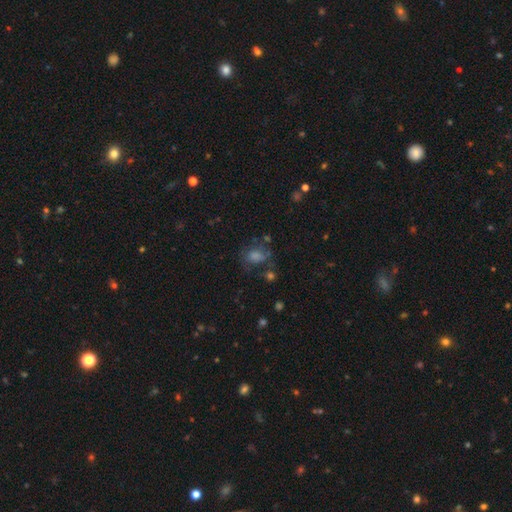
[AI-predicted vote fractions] A smooth galaxy with no disk features (49%). Merging: none (60%).